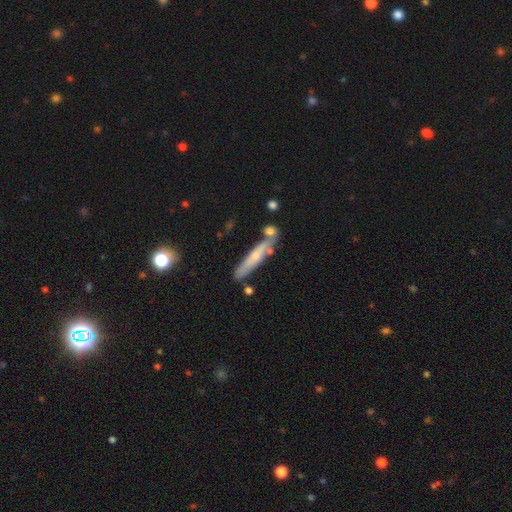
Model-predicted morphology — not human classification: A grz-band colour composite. It shows a smooth galaxy with no disk features (50%) that is cigar-shaped (90%). Merging: none (66%).